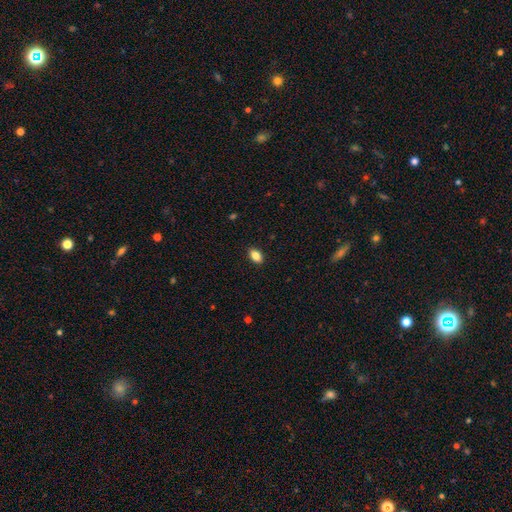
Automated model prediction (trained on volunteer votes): A smooth galaxy with no disk features (84%) that is in between round and cigar-shaped (87%).

Vote fractions:
- Smooth or featured? smooth: 84% / star or artifact: 9% / featured or disk: 7%
- How rounded? in between: 87% / round: 10% / cigar-shaped: 3%
- Merging? none: 88% / minor disturbance: 9% / major disturbance: 2% / merger: 1%